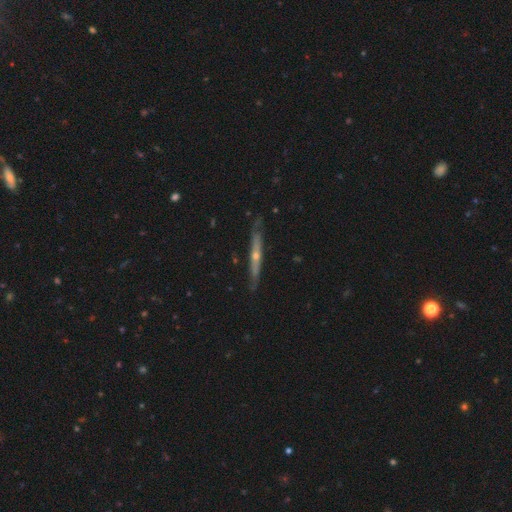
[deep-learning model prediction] smooth-or-featured: featured or disk: 71% | smooth: 23% | star or artifact: 6%
  disk-edge-on: yes: 94% | no: 6%
    edge-on-bulge: rounded: 74% | none: 23% | boxy: 3%
  merging: none: 82% | minor disturbance: 14% | major disturbance: 2% | merger: 1%